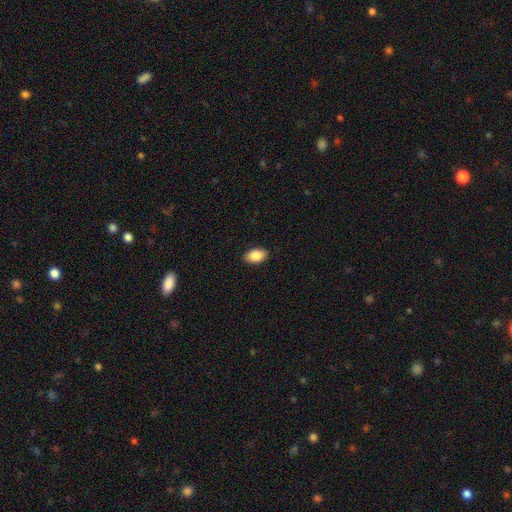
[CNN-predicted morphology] Q: Smooth or featured?
A: smooth (87%); runner-up: star or artifact (7%)
Q: How rounded?
A: in between (92%); runner-up: round (6%)
Q: Merging?
A: none (89%); runner-up: minor disturbance (8%)